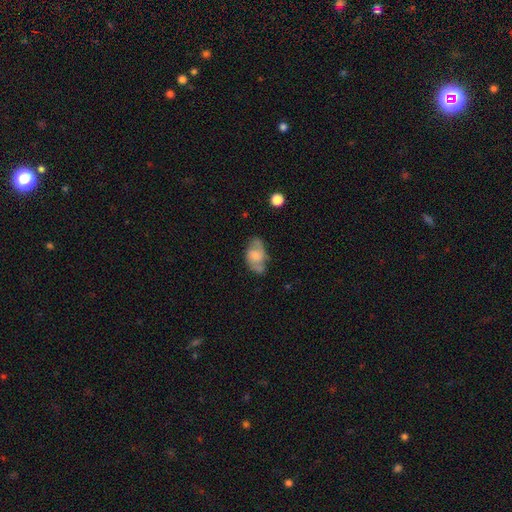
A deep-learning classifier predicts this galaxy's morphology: smooth-or-featured: smooth: 51% | featured or disk: 41% | star or artifact: 8%
  how-rounded: in between: 89% | round: 9% | cigar-shaped: 2%
  merging: none: 51% | minor disturbance: 29% | major disturbance: 13% | merger: 7%